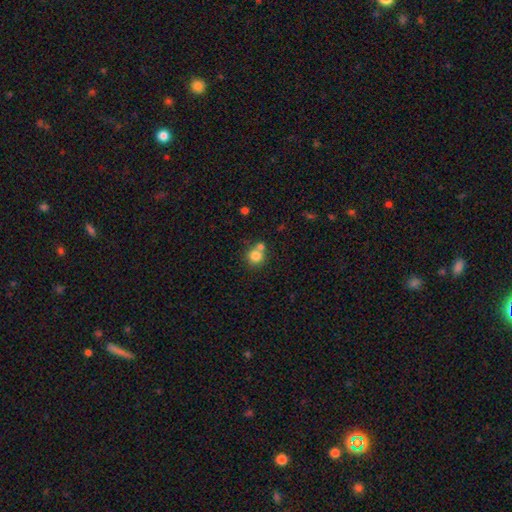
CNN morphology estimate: Overall: smooth (80%). How rounded: round (88%). Merging: none (52%; merger 36%).